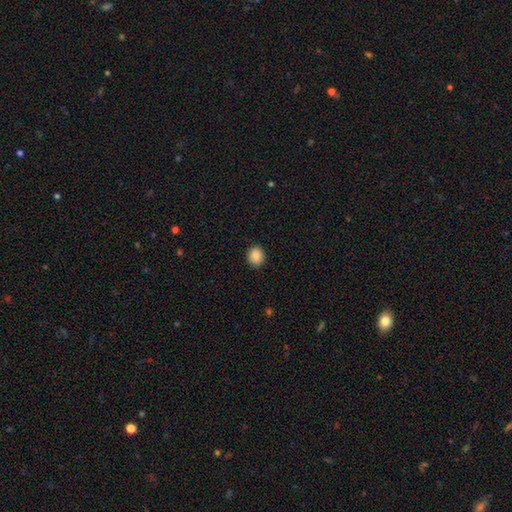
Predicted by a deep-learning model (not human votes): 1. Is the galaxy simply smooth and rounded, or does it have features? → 88% smooth, 9% star or artifact, 3% featured or disk.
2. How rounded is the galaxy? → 76% round, 23% in between, 1% cigar-shaped.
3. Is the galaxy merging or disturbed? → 91% none, 6% minor disturbance, 2% major disturbance, 1% merger.